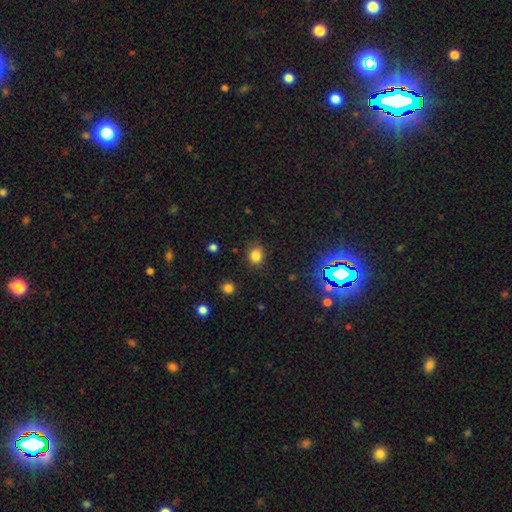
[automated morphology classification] Q: Smooth or featured?
A: smooth (81%); runner-up: star or artifact (14%)
Q: How rounded?
A: round (75%); runner-up: in between (24%)
Q: Merging?
A: none (84%); runner-up: minor disturbance (11%)